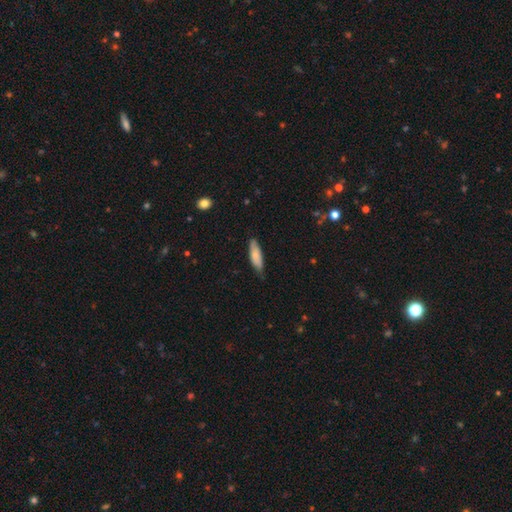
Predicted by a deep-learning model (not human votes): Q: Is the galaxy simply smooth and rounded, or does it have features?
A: smooth — 76%.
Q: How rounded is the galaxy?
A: cigar-shaped — 50%.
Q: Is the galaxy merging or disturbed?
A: none — 67%.